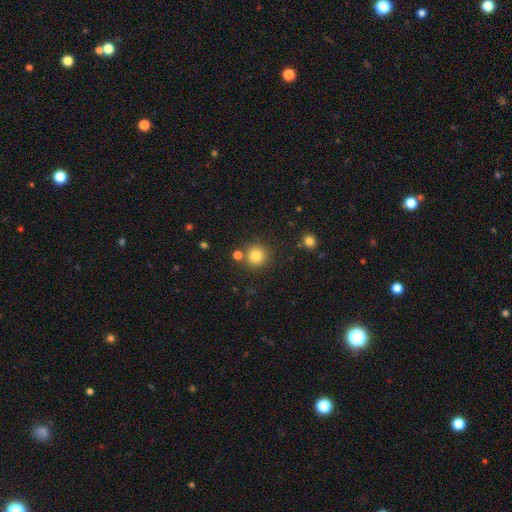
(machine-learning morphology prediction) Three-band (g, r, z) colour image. It shows a smooth galaxy with no disk features (83%) that is round (94%). Merging: none (82%).